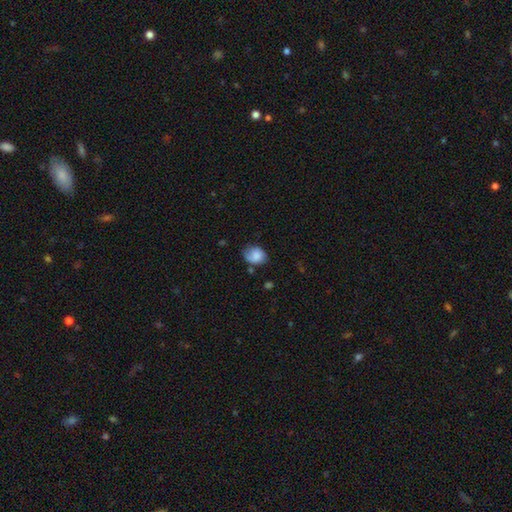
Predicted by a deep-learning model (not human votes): Smooth or featured? Predicted: smooth (p=0.74). How rounded? Predicted: in between (p=0.57). Merging? Predicted: none (p=0.56).